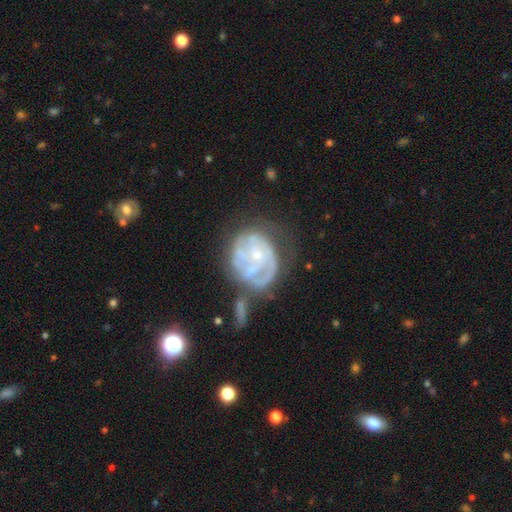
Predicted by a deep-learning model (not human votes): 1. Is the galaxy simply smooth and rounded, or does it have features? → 77% featured or disk, 16% smooth, 7% star or artifact.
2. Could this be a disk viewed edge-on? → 98% no, 2% yes.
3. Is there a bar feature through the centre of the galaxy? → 72% no, 23% weak, 5% strong.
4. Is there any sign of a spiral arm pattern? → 77% yes, 23% no.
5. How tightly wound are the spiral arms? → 58% tight, 30% medium, 12% loose.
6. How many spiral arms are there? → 43% can't tell, 19% 2, 19% 3, 7% 1, 7% 4, 4% more than 4.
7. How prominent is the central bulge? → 71% small, 21% moderate, 6% none, 2% large, 1% dominant.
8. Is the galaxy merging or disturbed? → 35% none, 26% major disturbance, 22% minor disturbance, 17% merger.